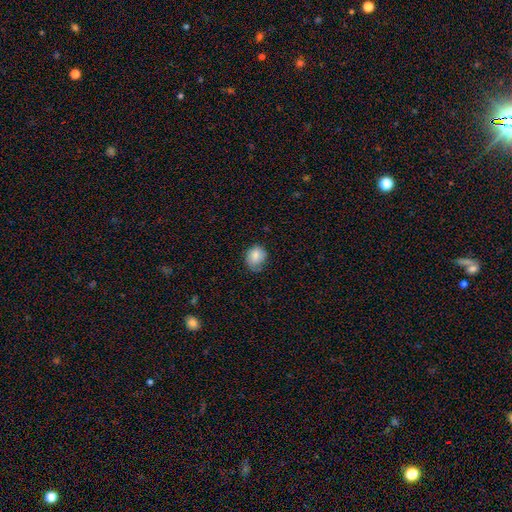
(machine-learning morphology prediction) The model was most divided on "how rounded": round: 58%, in between: 41%, cigar-shaped: 1%. More confident: smooth or featured — smooth (83%); merging — none (64%).